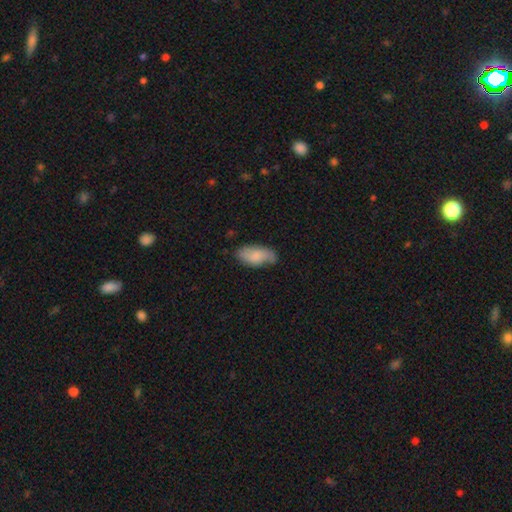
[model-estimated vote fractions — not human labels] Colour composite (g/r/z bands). It shows a smooth galaxy with no disk features (75%) that is in between round and cigar-shaped (92%). Merging: none (69%).